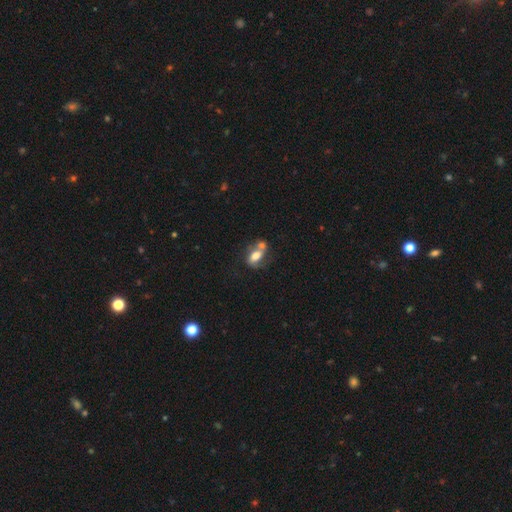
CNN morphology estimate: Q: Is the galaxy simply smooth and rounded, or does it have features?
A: smooth — 62%.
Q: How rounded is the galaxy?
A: in between — 83%.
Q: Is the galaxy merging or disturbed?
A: merger — 46%.